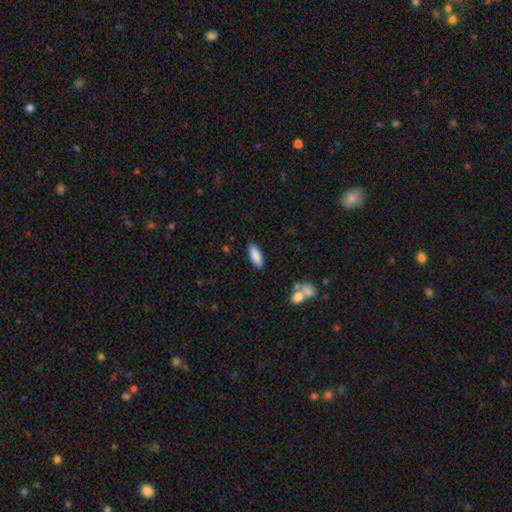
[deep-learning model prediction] Q: Smooth or featured?
A: smooth (87%); runner-up: star or artifact (6%)
Q: How rounded?
A: in between (72%); runner-up: cigar-shaped (27%)
Q: Merging?
A: none (85%); runner-up: minor disturbance (10%)